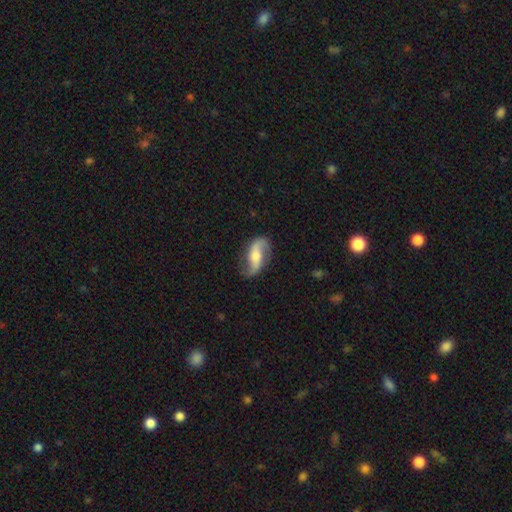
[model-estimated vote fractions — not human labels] smooth-or-featured: featured or disk: 80% | smooth: 15% | star or artifact: 6%
  disk-edge-on: no: 94% | yes: 6%
    bar: no: 39% | weak: 36% | strong: 25%
    has-spiral-arms: yes: 95% | no: 5%
      spiral-winding: loose: 73% | medium: 20% | tight: 6%
      spiral-arm-count: 2: 92% | 1: 2% | can't tell: 2% | 3: 1% | 4: 1% | more than 4: 1%
    bulge-size: moderate: 54% | small: 26% | large: 12% | none: 5% | dominant: 2%
  merging: none: 78% | minor disturbance: 14% | major disturbance: 6% | merger: 2%